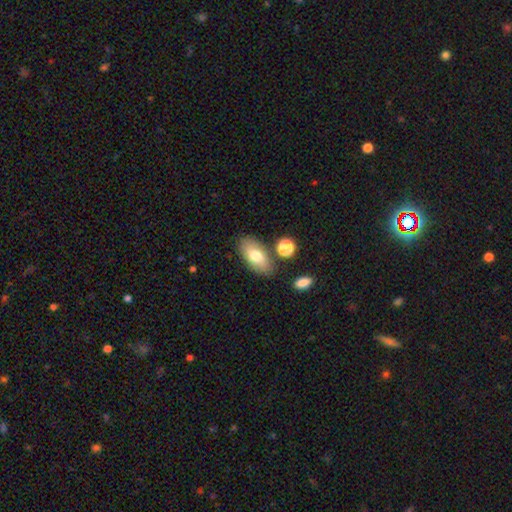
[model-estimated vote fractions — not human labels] smooth_or_featured: smooth (p=0.74) [alt: featured or disk p=0.19]
how_rounded: in between (p=0.91) [alt: cigar-shaped p=0.05]
merging: none (p=0.78) [alt: minor disturbance p=0.12]